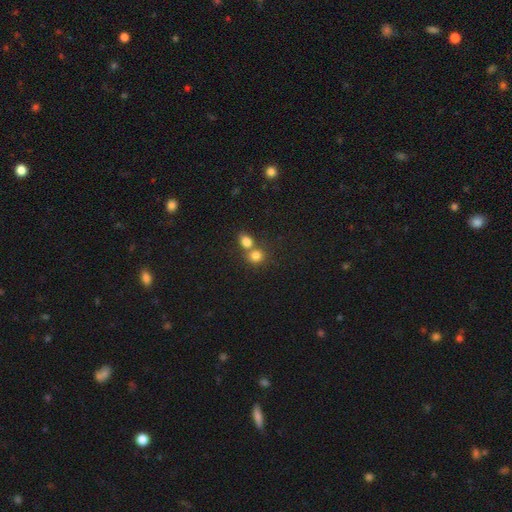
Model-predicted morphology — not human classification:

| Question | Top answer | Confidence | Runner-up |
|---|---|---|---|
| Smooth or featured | smooth | 80% | star or artifact (12%) |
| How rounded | round | 74% | in between (25%) |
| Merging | merger | 50% | none (40%) |